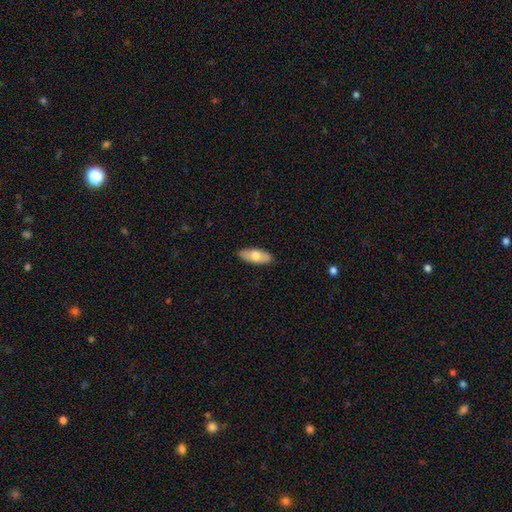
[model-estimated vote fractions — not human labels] smooth-or-featured: smooth: 69% | featured or disk: 26% | star or artifact: 6%
  how-rounded: in between: 84% | cigar-shaped: 13% | round: 2%
  merging: none: 88% | minor disturbance: 9% | major disturbance: 2% | merger: 1%